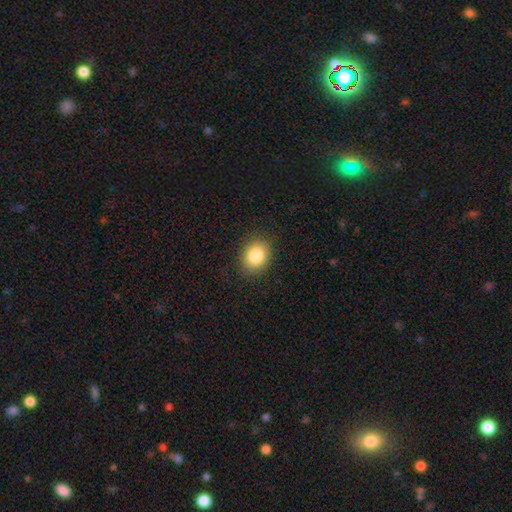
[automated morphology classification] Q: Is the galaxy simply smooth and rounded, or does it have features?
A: smooth — 86%.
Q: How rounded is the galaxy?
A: round — 53%.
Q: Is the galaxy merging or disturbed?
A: none — 88%.